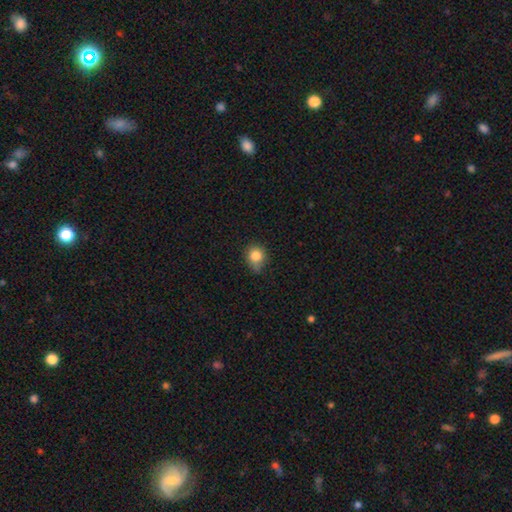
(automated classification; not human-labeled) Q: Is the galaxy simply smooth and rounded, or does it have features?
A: smooth — 82%.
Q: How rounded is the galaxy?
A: round — 73%.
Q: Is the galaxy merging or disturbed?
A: none — 55%.